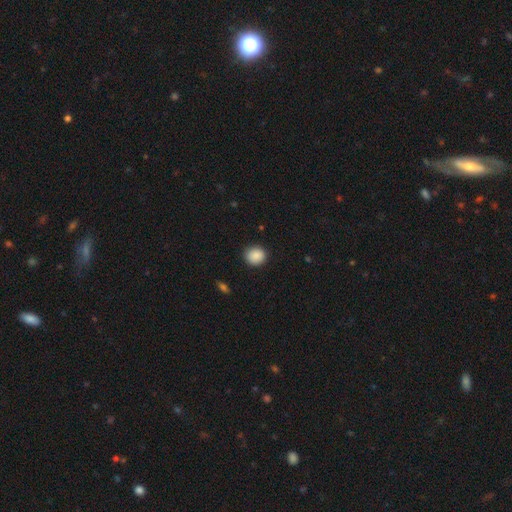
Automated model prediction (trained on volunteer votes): A smooth galaxy with no disk features (89%) that is round (85%).

Vote fractions:
- Smooth or featured? smooth: 89% / star or artifact: 8% / featured or disk: 3%
- How rounded? round: 85% / in between: 14% / cigar-shaped: 1%
- Merging? none: 89% / minor disturbance: 8% / major disturbance: 2% / merger: 1%